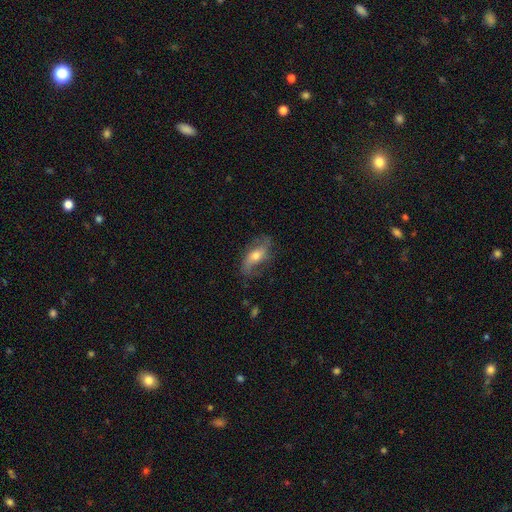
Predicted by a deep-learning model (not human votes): Smooth or featured? Predicted: featured or disk (p=0.62). Edge-on disk? Predicted: no (p=0.86). Bar? Predicted: no (p=0.50). Spiral arms? Predicted: yes (p=0.85). Bulge size? Predicted: moderate (p=0.63). Merging? Predicted: none (p=0.64).